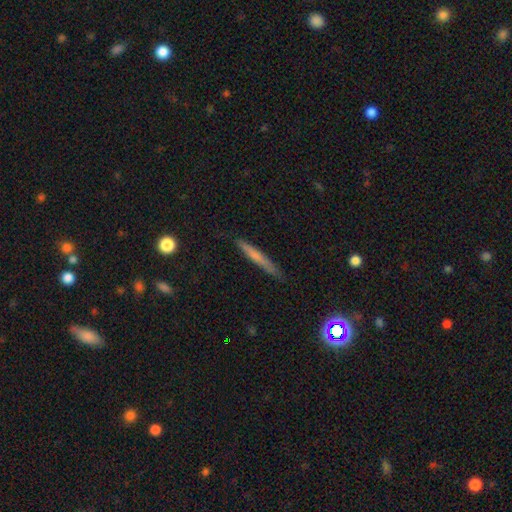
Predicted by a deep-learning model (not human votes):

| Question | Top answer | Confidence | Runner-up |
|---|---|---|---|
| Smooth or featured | smooth | 62% | featured or disk (31%) |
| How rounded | cigar-shaped | 95% | in between (3%) |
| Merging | none | 84% | minor disturbance (12%) |